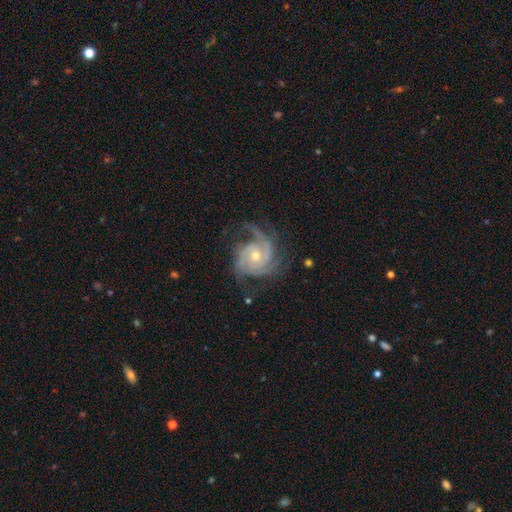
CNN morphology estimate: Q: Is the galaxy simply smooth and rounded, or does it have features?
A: featured or disk — 91%.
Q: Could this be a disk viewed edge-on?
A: no — 98%.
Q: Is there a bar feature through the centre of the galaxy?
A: no — 72%.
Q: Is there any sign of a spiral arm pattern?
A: yes — 98%.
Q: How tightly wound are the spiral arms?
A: tight — 55%.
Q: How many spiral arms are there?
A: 3 — 55%.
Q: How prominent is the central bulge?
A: moderate — 52%.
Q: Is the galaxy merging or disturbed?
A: none — 69%.